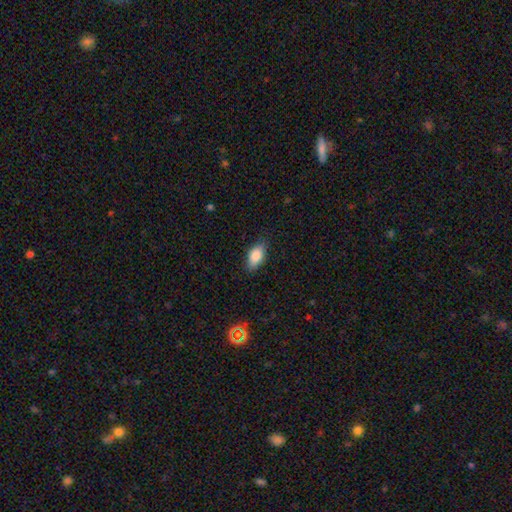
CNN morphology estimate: The model was most divided on "merging": none: 82%, minor disturbance: 14%, major disturbance: 3%, merger: 1%. More confident: how rounded — in between (89%); smooth or featured — smooth (83%).